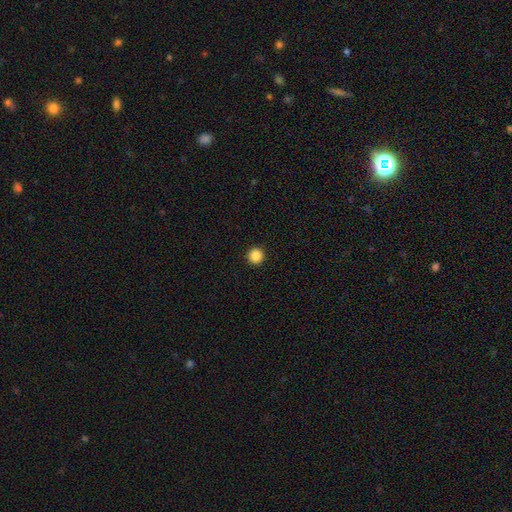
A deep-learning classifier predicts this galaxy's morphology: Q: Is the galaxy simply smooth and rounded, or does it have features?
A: smooth — 87%.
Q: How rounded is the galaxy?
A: round — 96%.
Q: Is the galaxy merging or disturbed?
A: none — 94%.